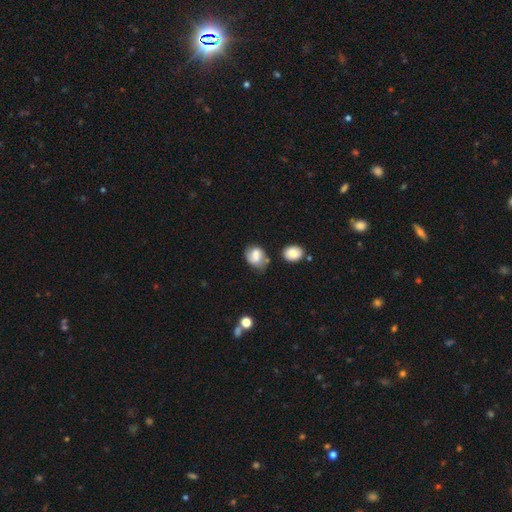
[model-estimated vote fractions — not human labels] Smooth or featured?
  - smooth: 65% *
  - featured or disk: 25%
  - star or artifact: 10%
How rounded?
  - in between: 54% *
  - round: 45%
  - cigar-shaped: 1%
Merging?
  - none: 52% *
  - minor disturbance: 27%
  - merger: 11%
  - major disturbance: 10%